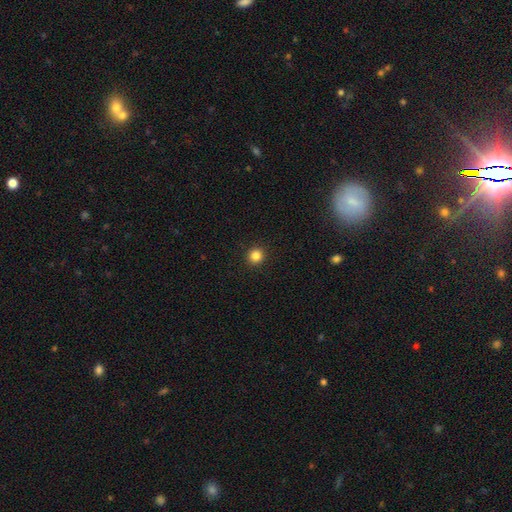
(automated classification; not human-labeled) Smooth or featured?
  - smooth: 85% *
  - star or artifact: 12%
  - featured or disk: 3%
How rounded?
  - round: 94% *
  - in between: 5%
  - cigar-shaped: 1%
Merging?
  - none: 93% *
  - minor disturbance: 4%
  - major disturbance: 2%
  - merger: 1%